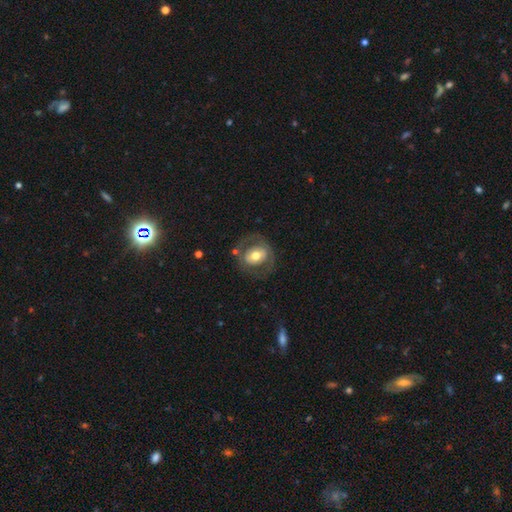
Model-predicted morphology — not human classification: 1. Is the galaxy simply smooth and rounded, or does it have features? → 51% featured or disk, 42% smooth, 6% star or artifact.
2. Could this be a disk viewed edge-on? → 95% no, 5% yes.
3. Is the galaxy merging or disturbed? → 66% none, 16% minor disturbance, 15% major disturbance, 3% merger.